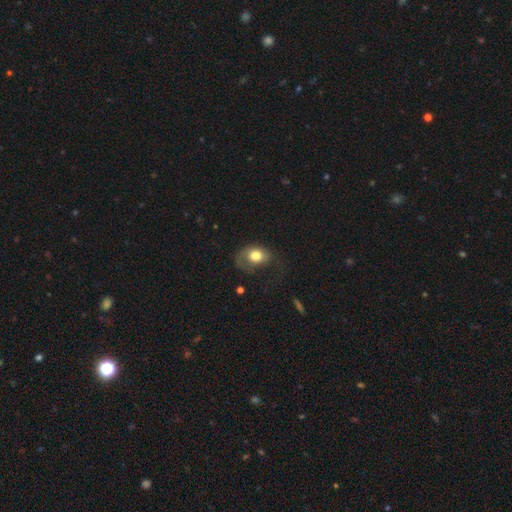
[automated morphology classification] A smooth galaxy with no disk features (66%) that is in between round and cigar-shaped (62%). Merging: major disturbance (38%).